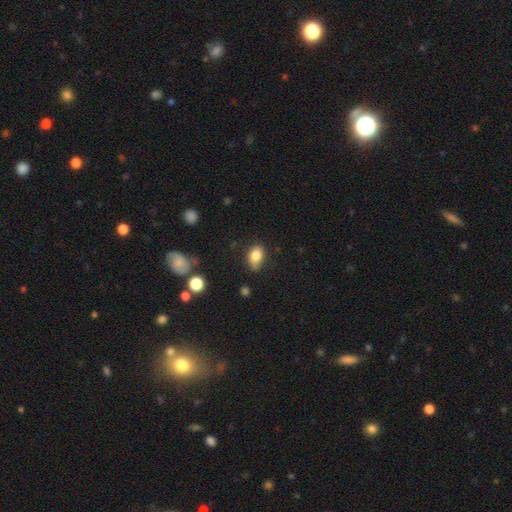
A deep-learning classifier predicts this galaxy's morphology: Smooth or featured?
  - smooth: 83% *
  - star or artifact: 9%
  - featured or disk: 8%
How rounded?
  - in between: 81% *
  - round: 17%
  - cigar-shaped: 2%
Merging?
  - none: 63% *
  - minor disturbance: 28%
  - major disturbance: 5%
  - merger: 3%